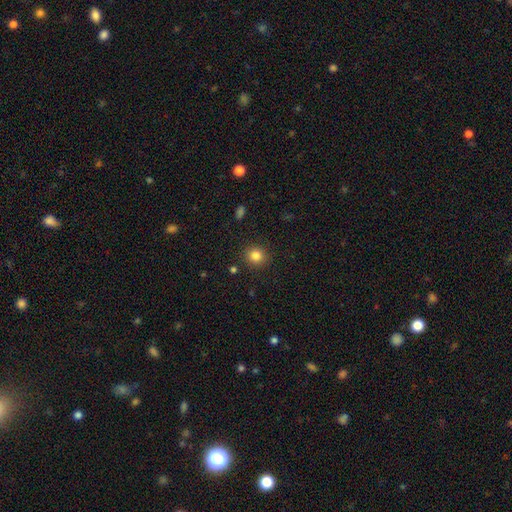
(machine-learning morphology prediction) Smooth or featured?
  - smooth: 83% *
  - star or artifact: 12%
  - featured or disk: 5%
How rounded?
  - round: 89% *
  - in between: 11%
  - cigar-shaped: 1%
Merging?
  - none: 90% *
  - minor disturbance: 7%
  - major disturbance: 2%
  - merger: 2%